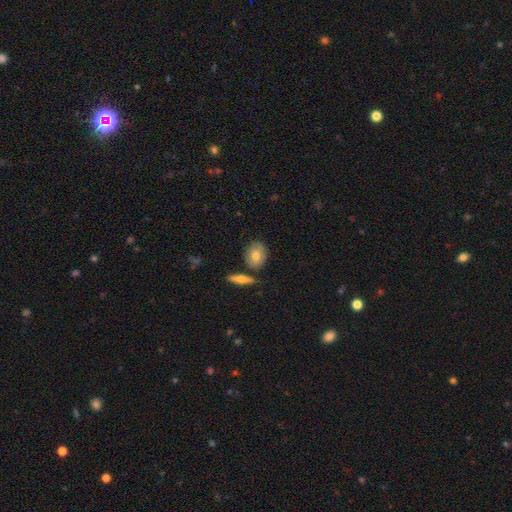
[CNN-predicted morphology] smooth 74%, featured or disk 19%, star or artifact 6%. Down the decision tree: how rounded — in between (58%); merging — none (74%).